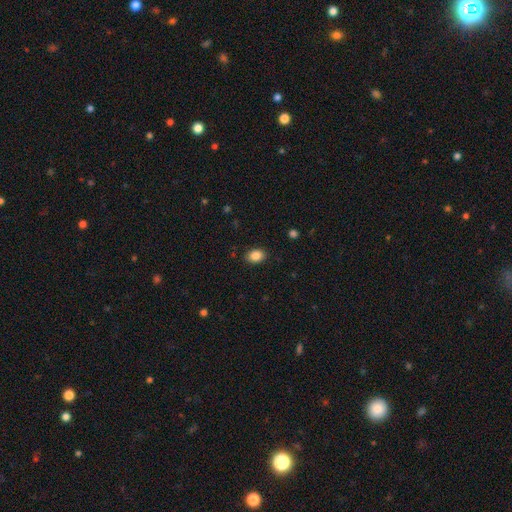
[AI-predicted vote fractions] The model was most divided on "how rounded": in between: 74%, round: 25%, cigar-shaped: 1%. More confident: merging — none (87%); smooth or featured — smooth (87%).